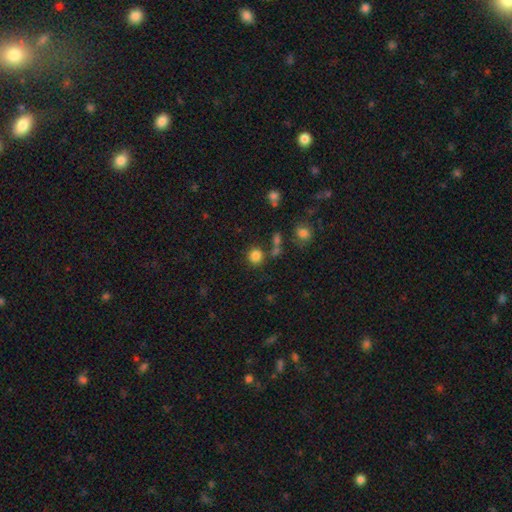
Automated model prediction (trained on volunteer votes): Morphology: type=smooth (82%); roundness=round (90%); merging=none (75%).